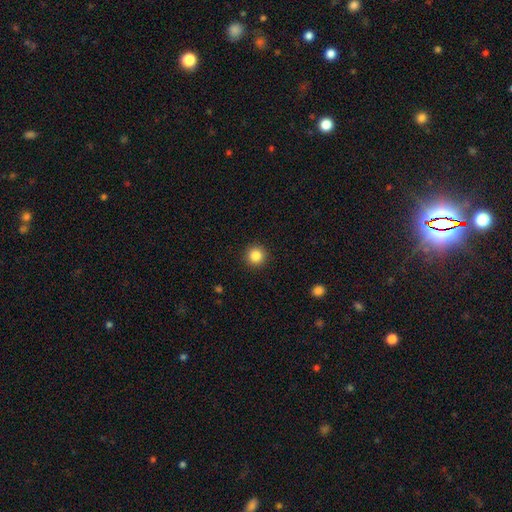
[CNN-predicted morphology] Smooth or featured? Predicted: smooth (p=0.85). How rounded? Predicted: round (p=0.95). Merging? Predicted: none (p=0.93).